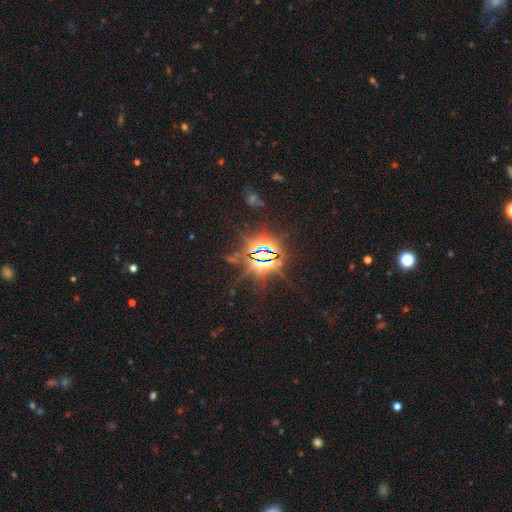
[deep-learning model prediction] This is clearly a star or artifact rather than a galaxy (86%).